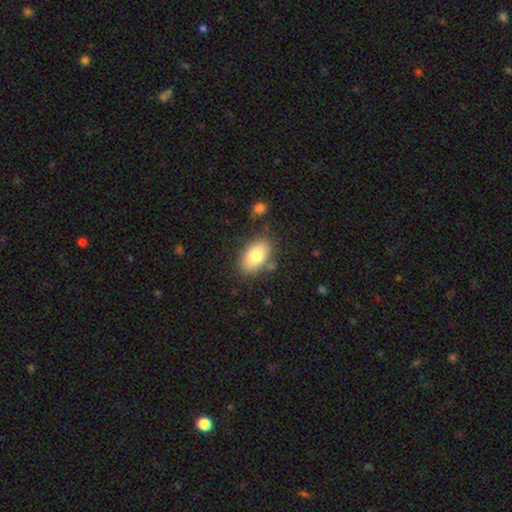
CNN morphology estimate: Smooth or featured? smooth (80%)
How rounded? in between (93%)
Merging? none (79%)